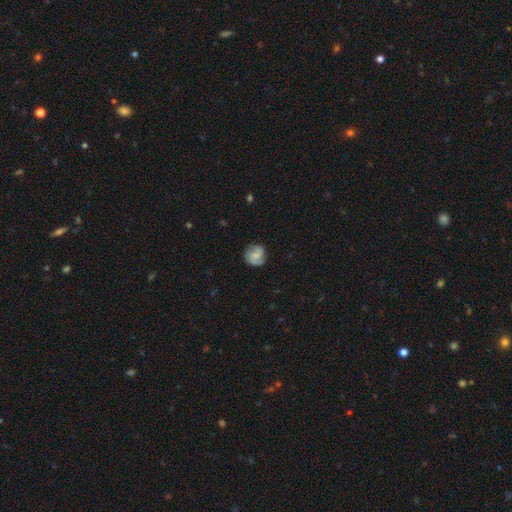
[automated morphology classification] Smooth or featured? Predicted: featured or disk (p=0.53). Edge-on disk? Predicted: no (p=0.98). Bar? Predicted: no (p=0.64). Spiral arms? Predicted: yes (p=0.88). Bulge size? Predicted: small (p=0.51). Merging? Predicted: none (p=0.76).